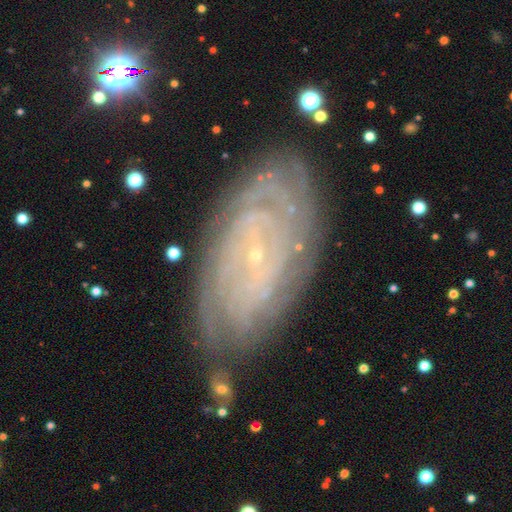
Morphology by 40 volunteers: Q: Smooth or featured?
A: featured or disk (85%); runner-up: smooth (10%)
Q: Edge-on disk?
A: no (97%); runner-up: yes (3%)
Q: Bar?
A: no (73%); runner-up: weak (24%)
Q: Spiral arms?
A: yes (94%); runner-up: no (6%)
Q: Spiral winding?
A: tight (74%); runner-up: medium (19%)
Q: Spiral arm count?
A: can't tell (52%); runner-up: 2 (16%)
Q: Bulge size?
A: small (91%); runner-up: dominant (3%)
Q: Merging?
A: none (84%); runner-up: minor disturbance (5%)